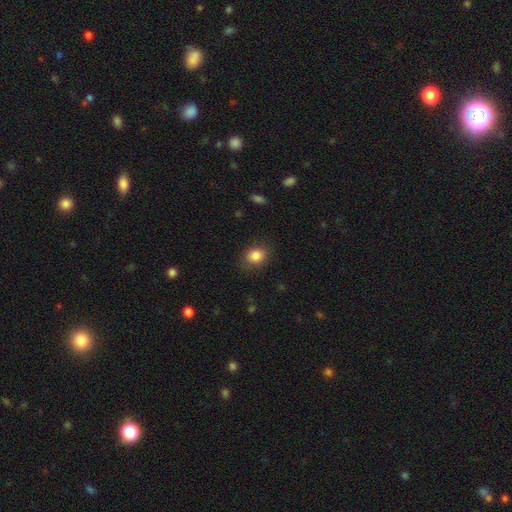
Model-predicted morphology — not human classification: Overall: smooth (85%). How rounded: round (55%; in between 44%). Merging: none (81%).